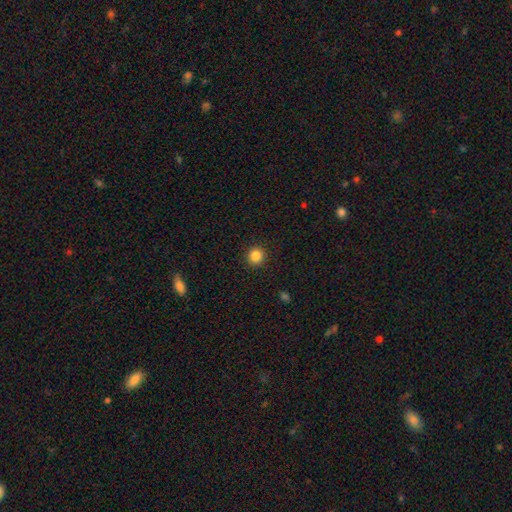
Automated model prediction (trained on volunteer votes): Overall: smooth (85%). How rounded: round (94%). Merging: none (92%).